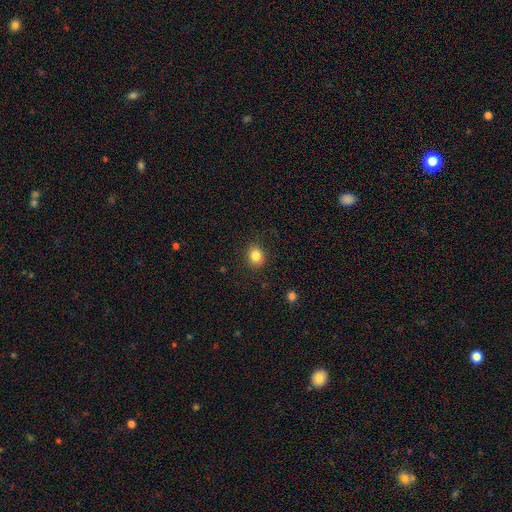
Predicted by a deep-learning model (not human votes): Morphology: type=smooth (84%); roundness=round (61%); merging=none (87%).